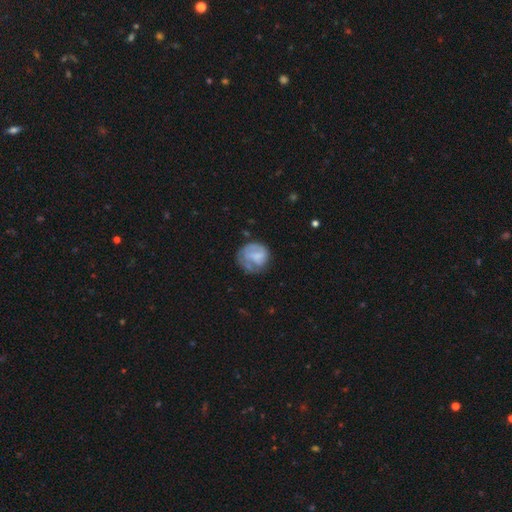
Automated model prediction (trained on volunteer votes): Overall: smooth (55%; featured or disk 37%). How rounded: round (79%). Merging: none (47%; minor disturbance 28%).